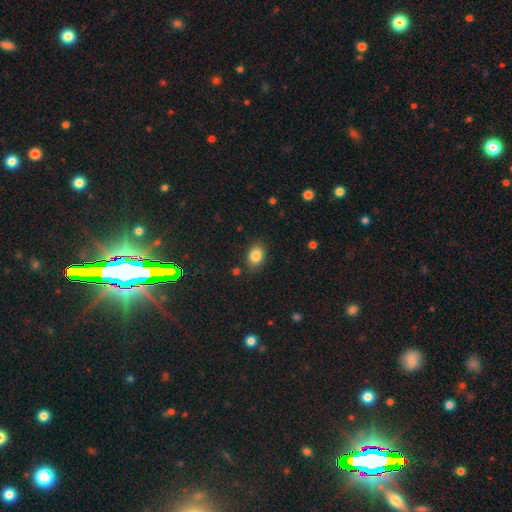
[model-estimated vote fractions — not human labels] Smooth or featured? Predicted: smooth (p=0.84). How rounded? Predicted: in between (p=0.72). Merging? Predicted: none (p=0.82).